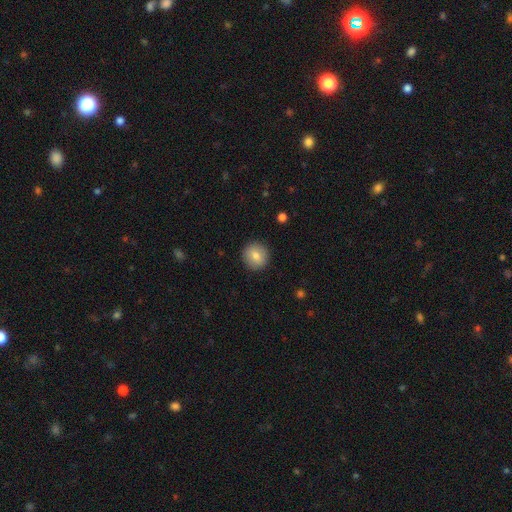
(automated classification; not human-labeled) Smooth or featured?
  - smooth: 79% *
  - featured or disk: 13%
  - star or artifact: 8%
How rounded?
  - round: 93% *
  - in between: 6%
  - cigar-shaped: 1%
Merging?
  - none: 91% *
  - minor disturbance: 6%
  - major disturbance: 2%
  - merger: 1%